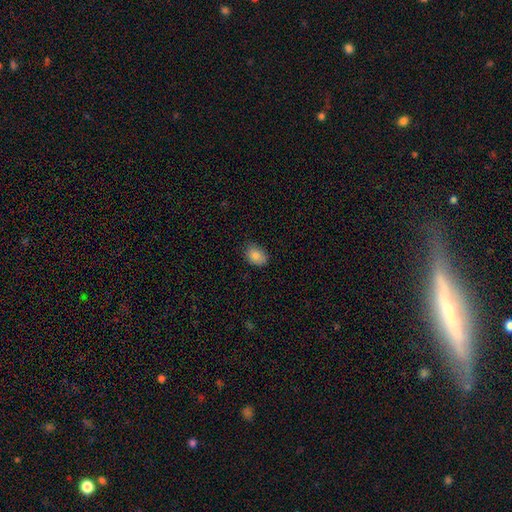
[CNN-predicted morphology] The model was most divided on "how rounded": in between: 74%, round: 25%, cigar-shaped: 1%. More confident: smooth or featured — smooth (85%); merging — none (79%).